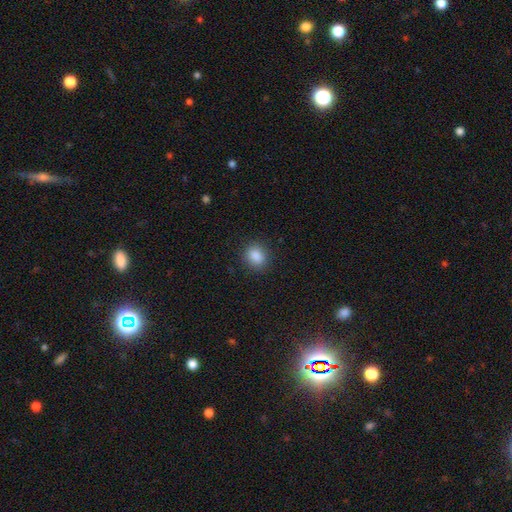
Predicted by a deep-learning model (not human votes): Smooth or featured: smooth — 87% (star or artifact — 9%)
How rounded: round — 55% (in between — 44%)
Merging: none — 86% (minor disturbance — 10%)